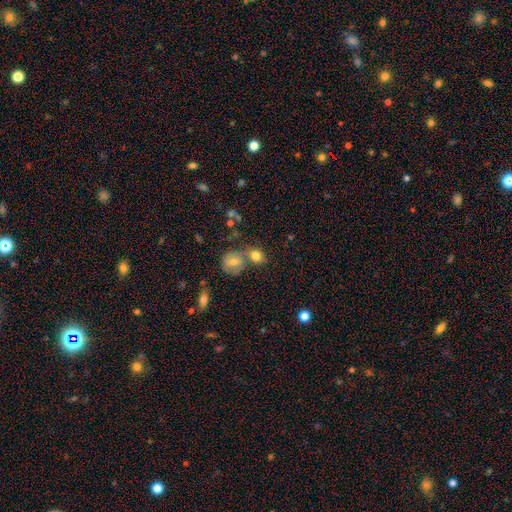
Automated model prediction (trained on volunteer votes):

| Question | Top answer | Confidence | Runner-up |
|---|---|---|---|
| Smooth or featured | smooth | 79% | featured or disk (12%) |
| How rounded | round | 68% | in between (30%) |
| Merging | none | 48% | merger (37%) |